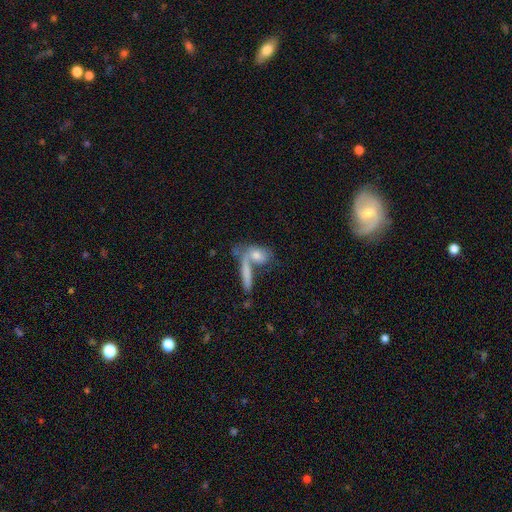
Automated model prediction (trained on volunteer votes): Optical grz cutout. It shows a smooth galaxy with no disk features (67%) that is in between round and cigar-shaped (57%). Merging: merger (42%).